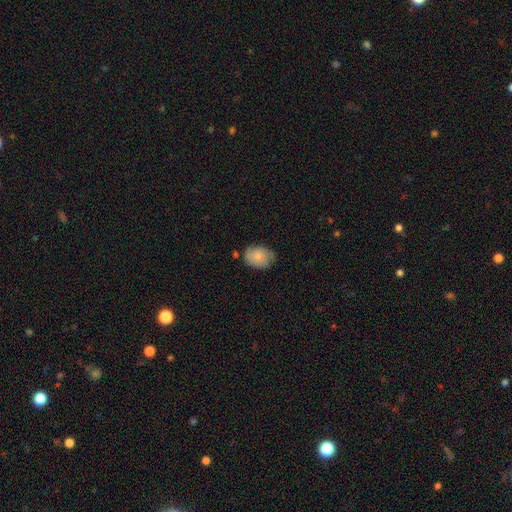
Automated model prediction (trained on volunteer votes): Smooth or featured? smooth (68%)
How rounded? in between (70%)
Merging? none (62%)